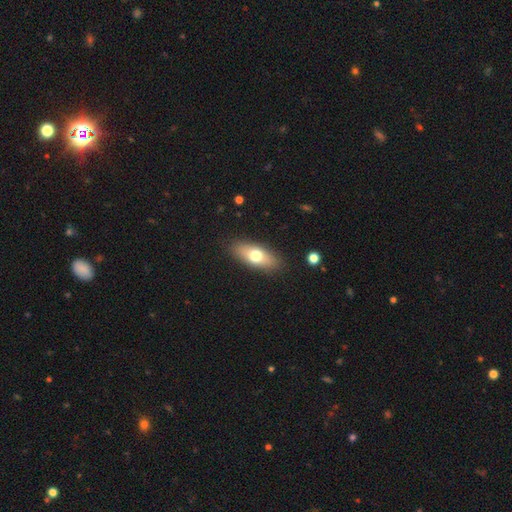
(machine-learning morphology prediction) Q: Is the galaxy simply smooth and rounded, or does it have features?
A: smooth — 67%.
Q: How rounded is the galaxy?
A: in between — 76%.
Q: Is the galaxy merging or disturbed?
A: none — 87%.